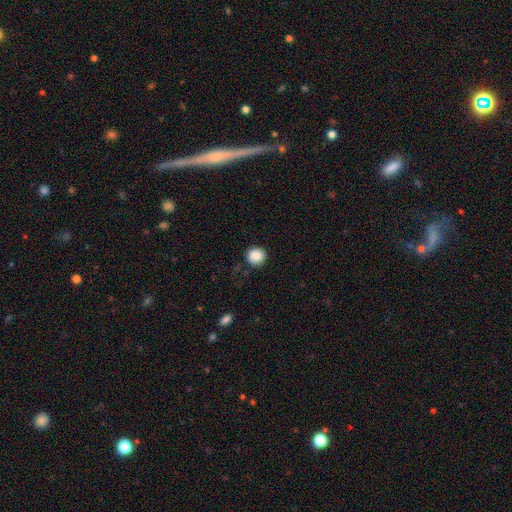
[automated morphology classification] The model was most divided on "merging": none: 86%, minor disturbance: 10%, major disturbance: 3%, merger: 1%. More confident: how rounded — round (91%); smooth or featured — smooth (88%).